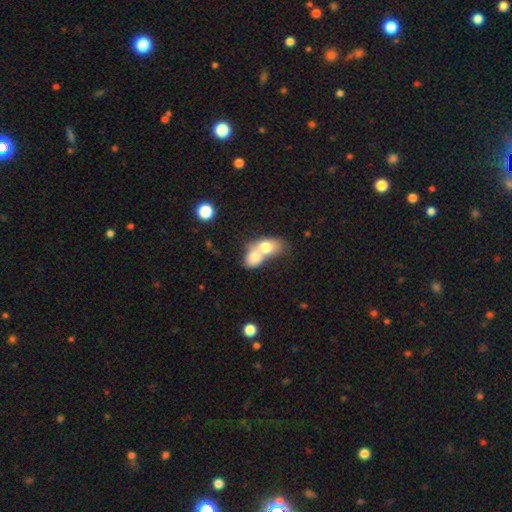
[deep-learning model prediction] Smooth or featured? Predicted: smooth (p=0.72). How rounded? Predicted: in between (p=0.67). Merging? Predicted: merger (p=0.80).